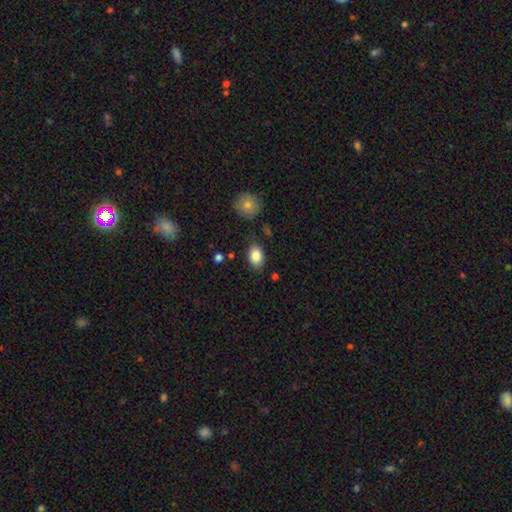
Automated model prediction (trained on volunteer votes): This appears to be a smooth galaxy with no disk features (85%) that is in between round and cigar-shaped (80%). Merging: none (80%).